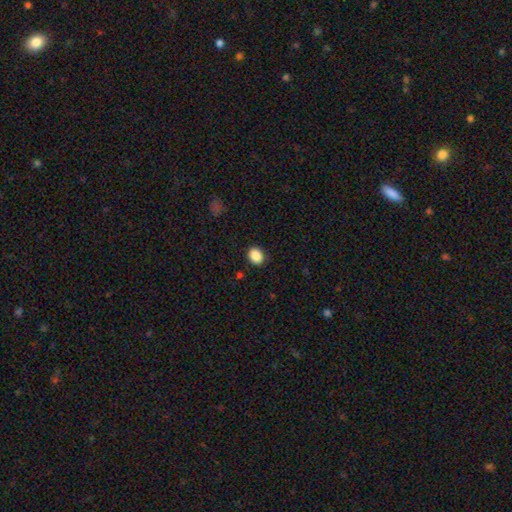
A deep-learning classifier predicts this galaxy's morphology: Q: Smooth or featured?
A: smooth (89%); runner-up: star or artifact (8%)
Q: How rounded?
A: in between (52%); runner-up: round (48%)
Q: Merging?
A: none (88%); runner-up: minor disturbance (9%)